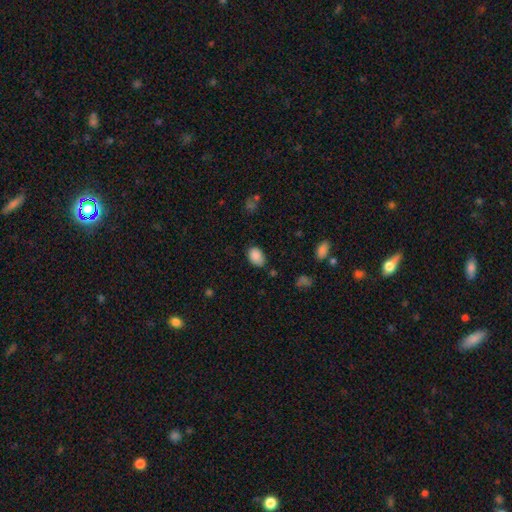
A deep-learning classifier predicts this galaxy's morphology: This is clearly a smooth galaxy (88%). How rounded: clearly in between (85%). Merging: likely none (74%).